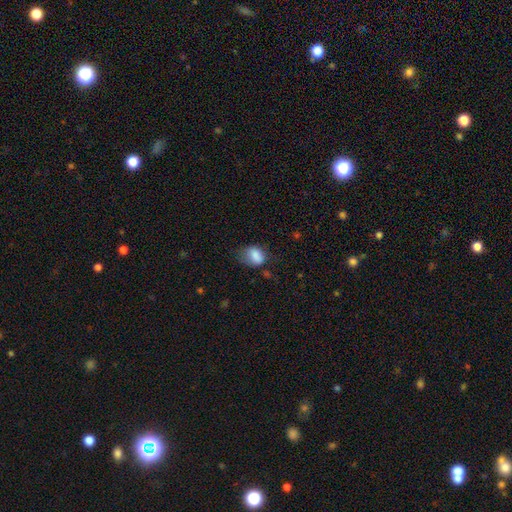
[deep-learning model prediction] A smooth galaxy with no disk features (82%) that is in between round and cigar-shaped (71%). Merging: none (47%).